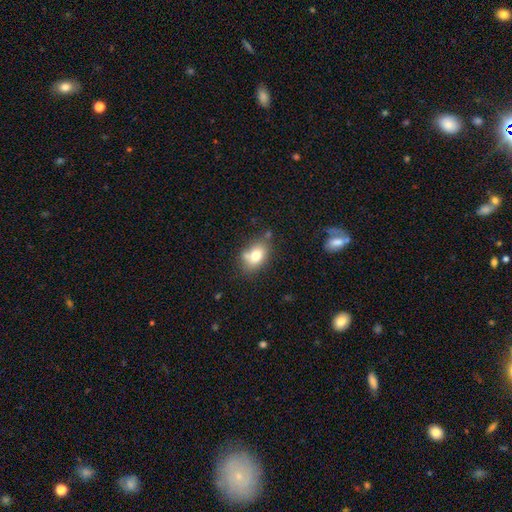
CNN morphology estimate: This is likely a smooth galaxy (75%). How rounded: likely in between (77%). Merging: likely none (62%).